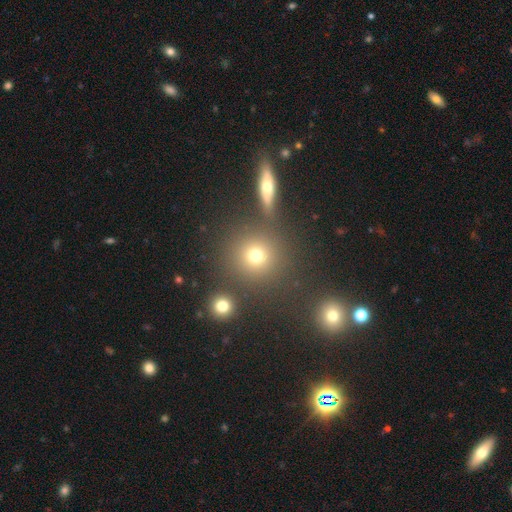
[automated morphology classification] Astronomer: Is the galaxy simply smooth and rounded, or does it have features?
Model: smooth — 74%.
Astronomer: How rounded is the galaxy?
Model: round — 90%.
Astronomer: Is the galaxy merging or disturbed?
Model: none — 77%.